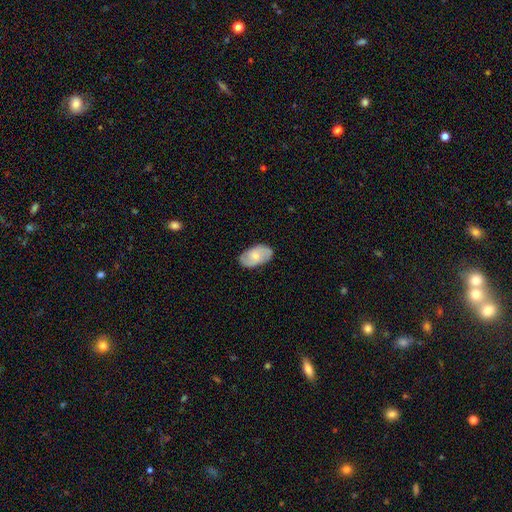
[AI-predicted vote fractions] The model was most divided on "smooth or featured" (2-way tie): smooth: 47%, featured or disk: 47%, star or artifact: 6%. More confident: merging — none (81%).